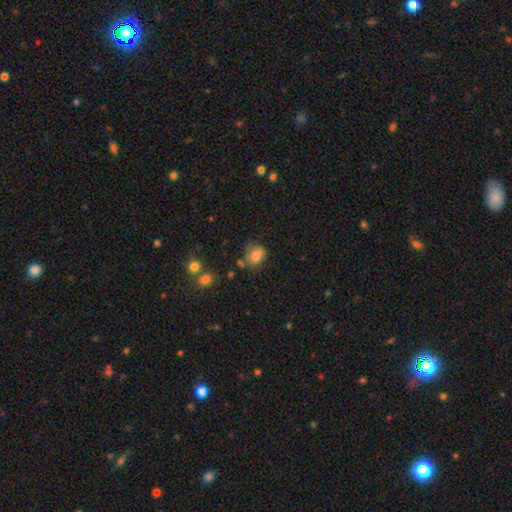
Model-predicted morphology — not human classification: Smooth or featured: smooth — 76% (featured or disk — 13%)
How rounded: round — 59% (in between — 40%)
Merging: none — 59% (minor disturbance — 26%)